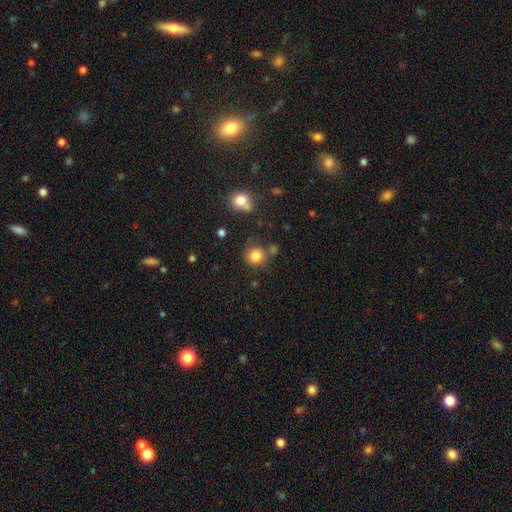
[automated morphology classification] The model was most divided on "merging": none: 72%, merger: 12%, minor disturbance: 12%, major disturbance: 4%. More confident: how rounded — round (89%); smooth or featured — smooth (83%).